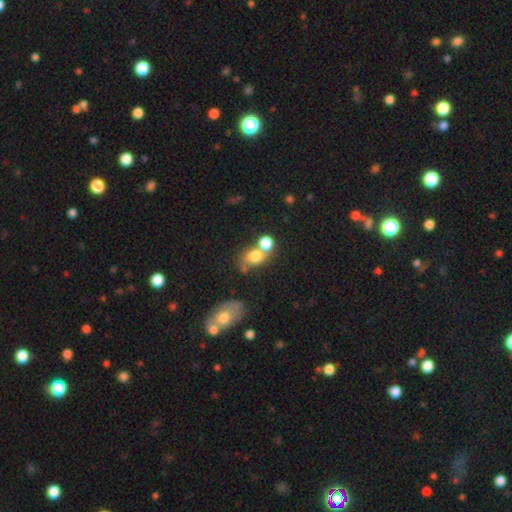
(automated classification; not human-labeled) Smooth or featured?
  - smooth: 74% *
  - featured or disk: 14%
  - star or artifact: 12%
How rounded?
  - in between: 49% * (tied)
  - round: 49% * (tied)
  - cigar-shaped: 2%
Merging?
  - merger: 47% *
  - none: 33%
  - minor disturbance: 12%
  - major disturbance: 8%